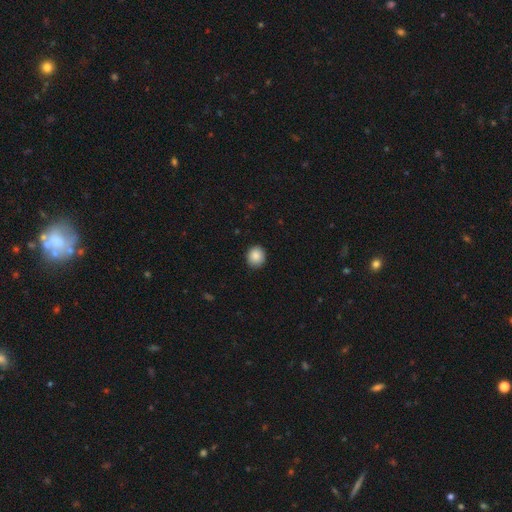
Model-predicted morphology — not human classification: Smooth or featured? smooth (88%)
How rounded? round (81%)
Merging? none (88%)